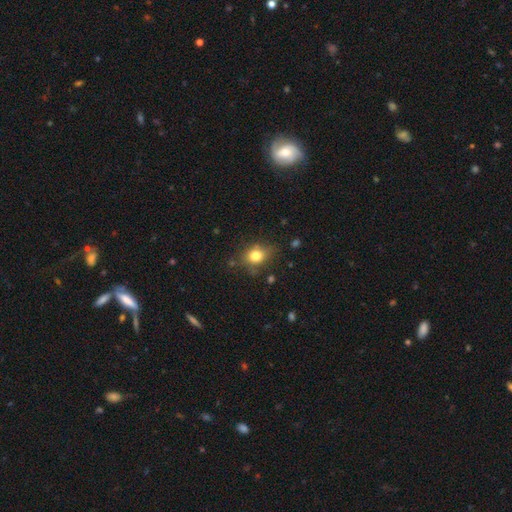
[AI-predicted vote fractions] Smooth or featured? smooth (77%)
How rounded? round (52%)
Merging? none (72%)